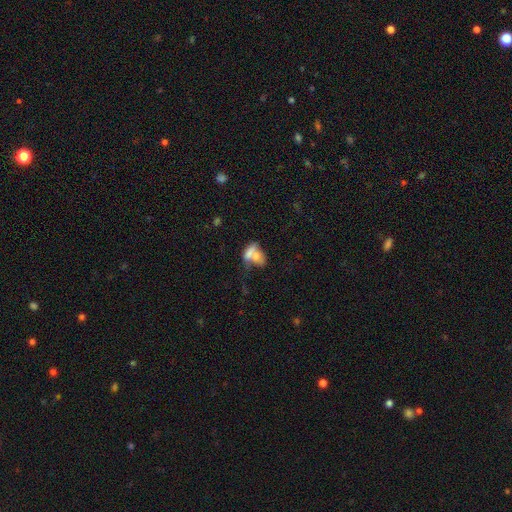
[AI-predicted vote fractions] Smooth or featured?
  - smooth: 66% *
  - featured or disk: 24%
  - star or artifact: 10%
How rounded?
  - in between: 77% *
  - round: 18%
  - cigar-shaped: 5%
Merging?
  - merger: 62% *
  - none: 21%
  - minor disturbance: 9%
  - major disturbance: 8%